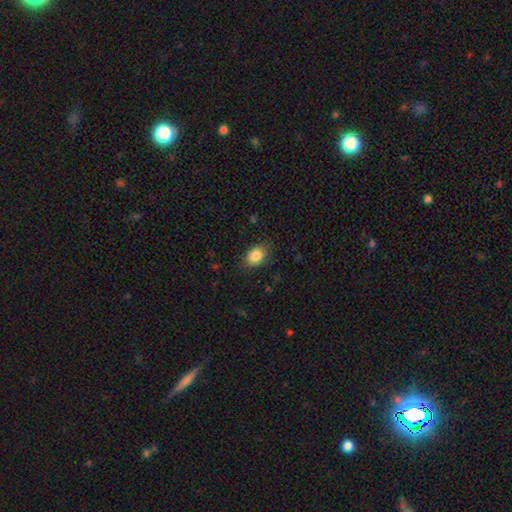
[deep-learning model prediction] Smooth or featured? smooth (86%)
How rounded? in between (75%)
Merging? none (83%)